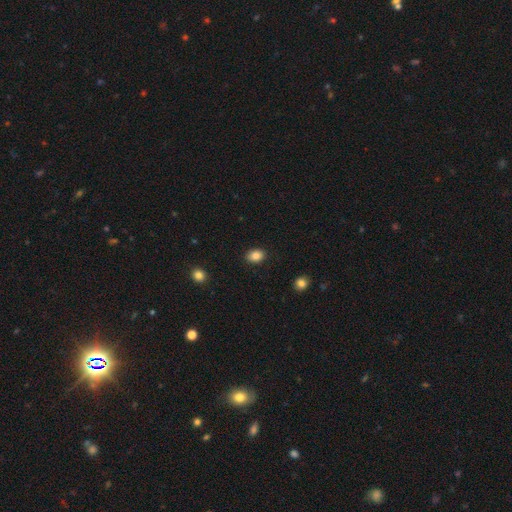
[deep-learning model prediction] A smooth galaxy with no disk features (87%) that is in between round and cigar-shaped (70%).

Vote fractions:
- Smooth or featured? smooth: 87% / star or artifact: 9% / featured or disk: 4%
- How rounded? in between: 70% / round: 29% / cigar-shaped: 1%
- Merging? none: 88% / minor disturbance: 8% / major disturbance: 2% / merger: 1%